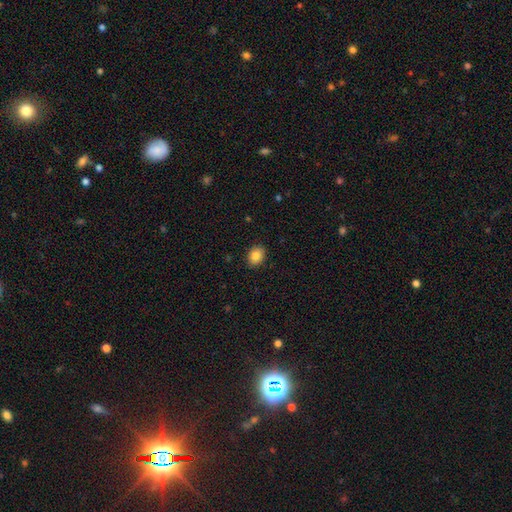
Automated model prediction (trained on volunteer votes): Overall: smooth (85%). How rounded: in between (62%; round 37%). Merging: none (90%).